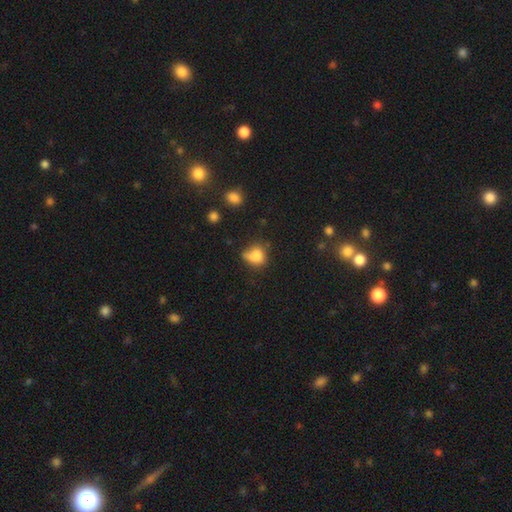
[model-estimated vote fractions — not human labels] Morphology: type=smooth (78%); roundness=round (50%); merging=none (37%).